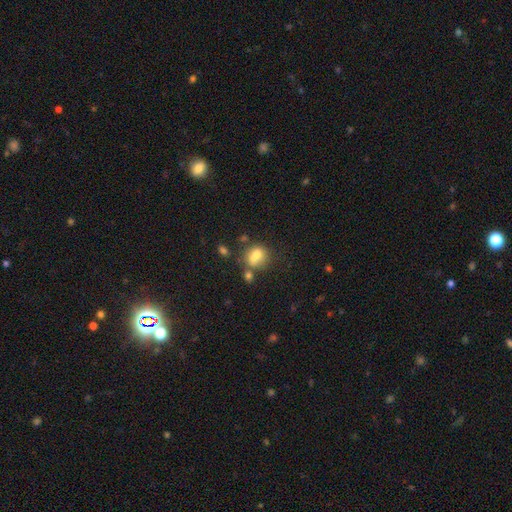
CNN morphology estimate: Q: Smooth or featured?
A: smooth (70%); runner-up: featured or disk (18%)
Q: How rounded?
A: round (63%); runner-up: in between (36%)
Q: Merging?
A: merger (40%); runner-up: none (38%)